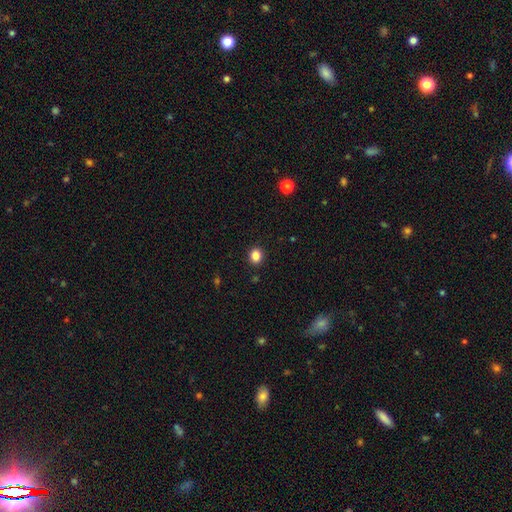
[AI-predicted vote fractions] The model was most divided on "how rounded": round: 67%, in between: 32%, cigar-shaped: 1%. More confident: merging — none (90%); smooth or featured — smooth (85%).